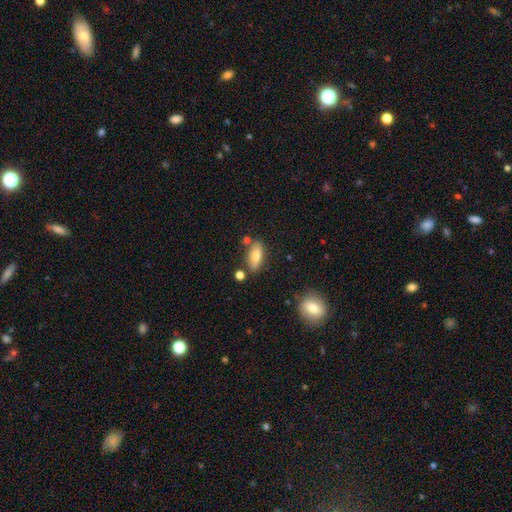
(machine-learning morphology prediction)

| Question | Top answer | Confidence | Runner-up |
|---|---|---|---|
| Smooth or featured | smooth | 74% | featured or disk (18%) |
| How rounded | in between | 81% | cigar-shaped (15%) |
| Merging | none | 77% | minor disturbance (13%) |